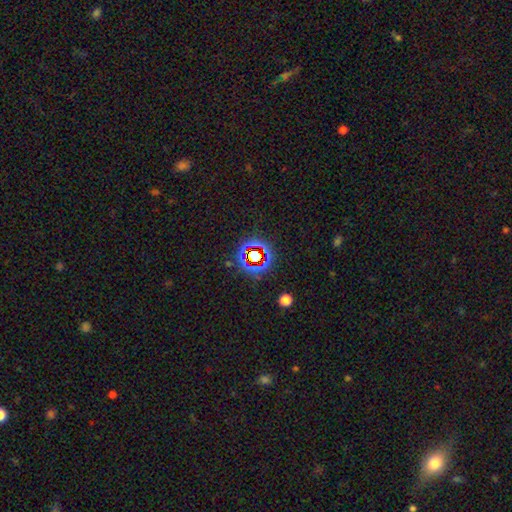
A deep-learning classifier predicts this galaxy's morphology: Smooth or featured? star or artifact (72%)